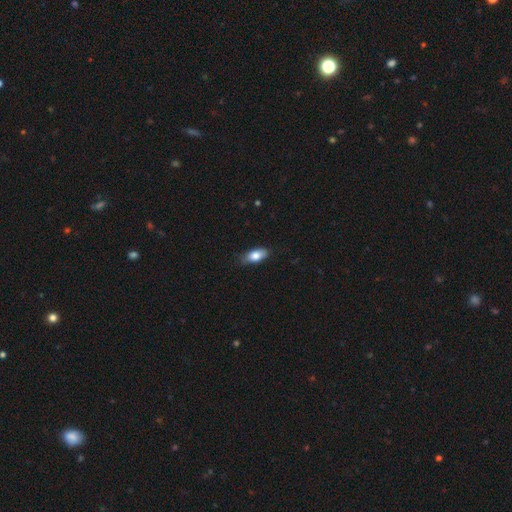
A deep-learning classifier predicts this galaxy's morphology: A smooth galaxy with no disk features (80%) that is in between round and cigar-shaped (88%). Merging: none (76%).